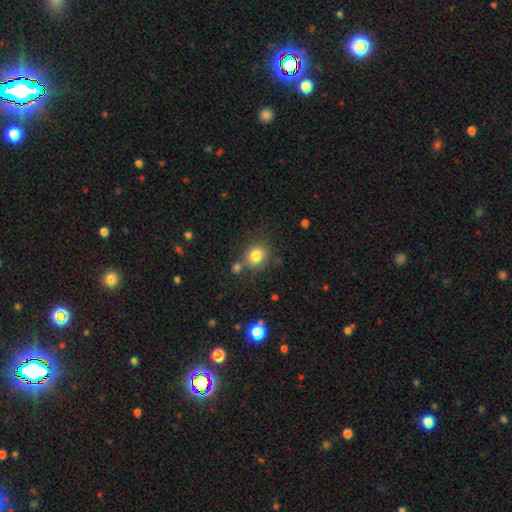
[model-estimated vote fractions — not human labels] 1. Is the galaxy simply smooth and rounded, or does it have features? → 81% smooth, 12% star or artifact, 7% featured or disk.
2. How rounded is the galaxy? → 83% round, 16% in between, 1% cigar-shaped.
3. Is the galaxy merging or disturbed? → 73% none, 12% merger, 11% minor disturbance, 4% major disturbance.